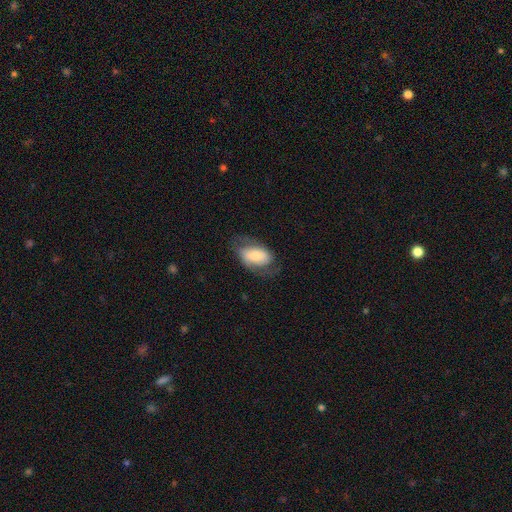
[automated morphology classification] Smooth or featured?
  - featured or disk: 48% *
  - smooth: 45%
  - star or artifact: 7%
Merging?
  - none: 58% *
  - minor disturbance: 24%
  - major disturbance: 17%
  - merger: 1%